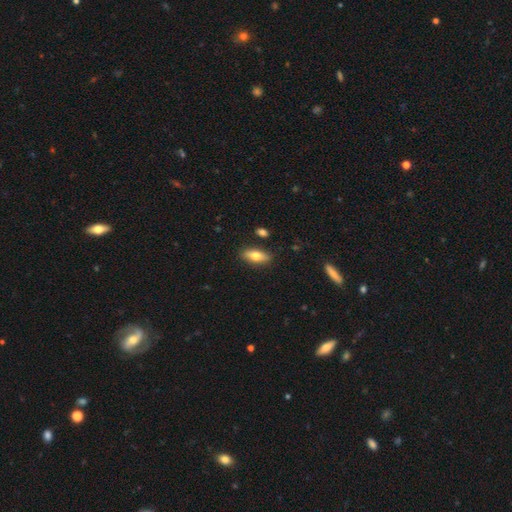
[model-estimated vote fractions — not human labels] Morphology: type=smooth (67%); roundness=in between (70%); merging=none (86%).